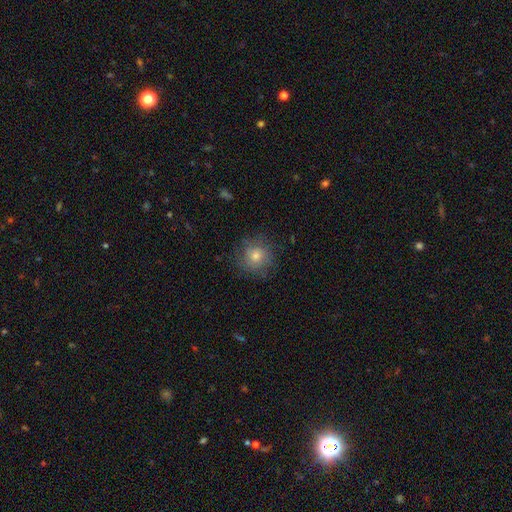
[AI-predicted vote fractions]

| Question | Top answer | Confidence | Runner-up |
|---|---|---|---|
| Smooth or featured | smooth | 64% | featured or disk (20%) |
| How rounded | round | 92% | in between (7%) |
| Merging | none | 81% | minor disturbance (13%) |